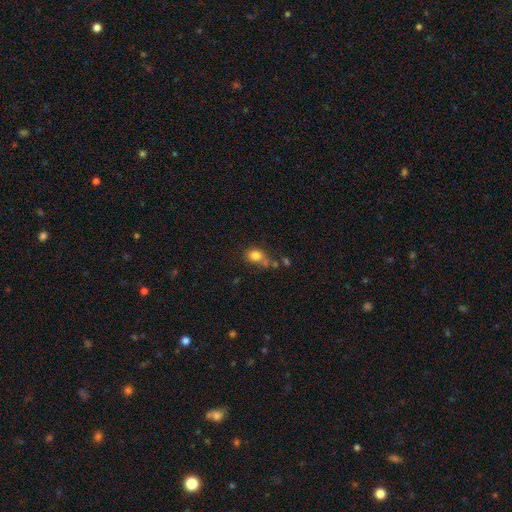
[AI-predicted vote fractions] The model was most divided on "how rounded" (2-way tie): round: 49%, in between: 49%, cigar-shaped: 1%. More confident: smooth or featured — smooth (80%); merging — none (54%).